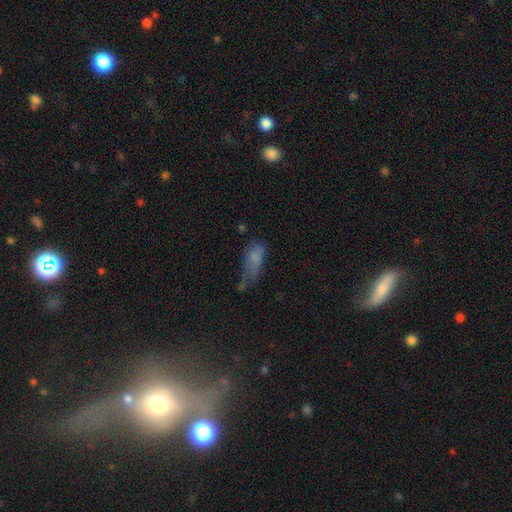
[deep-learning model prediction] smooth 66%, featured or disk 21%, star or artifact 14%. Down the decision tree: how rounded — in between (70%); merging — major disturbance (34%).